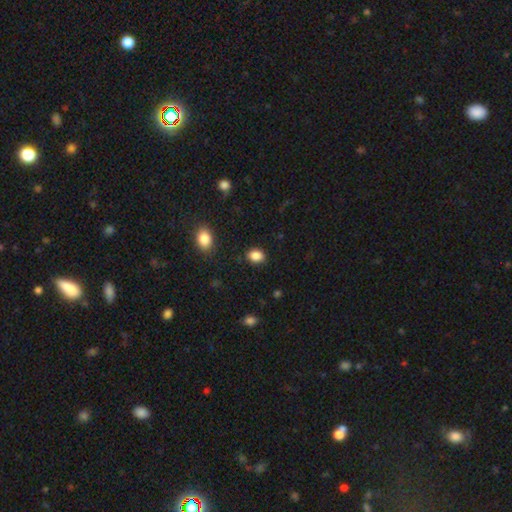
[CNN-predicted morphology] smooth-or-featured: smooth: 87% | star or artifact: 9% | featured or disk: 4%
  how-rounded: in between: 65% | round: 34% | cigar-shaped: 1%
  merging: none: 86% | minor disturbance: 10% | major disturbance: 3% | merger: 1%